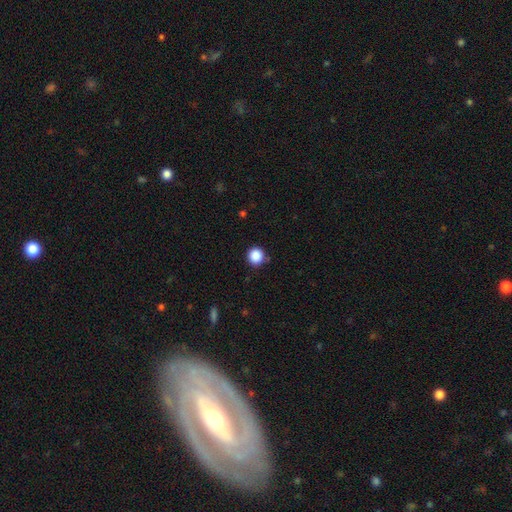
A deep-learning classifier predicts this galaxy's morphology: Overall: smooth (87%). How rounded: round (93%). Merging: none (85%).